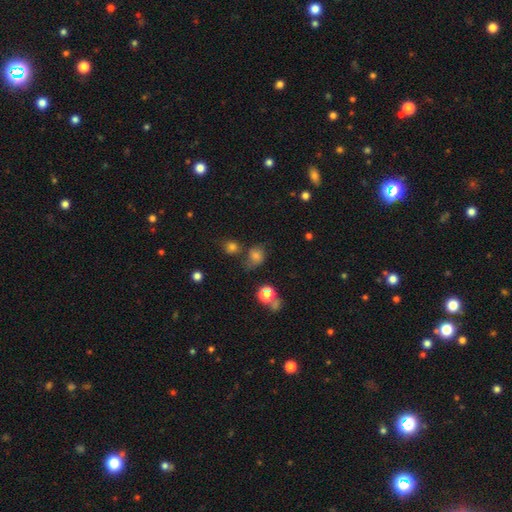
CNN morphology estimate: Q: Smooth or featured?
A: smooth (68%); runner-up: star or artifact (20%)
Q: How rounded?
A: round (59%); runner-up: in between (40%)
Q: Merging?
A: none (53%); runner-up: minor disturbance (20%)